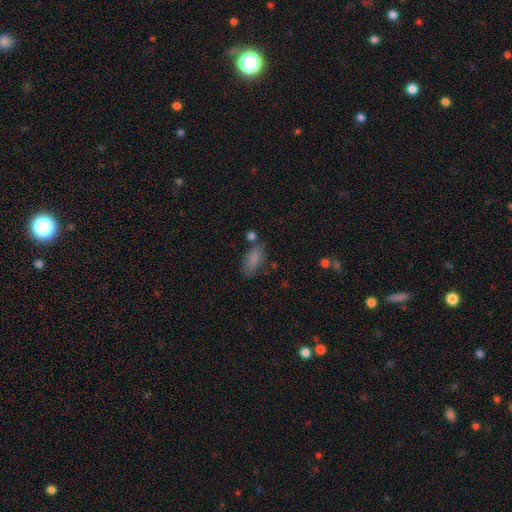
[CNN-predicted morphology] smooth_or_featured: smooth (p=0.76) [alt: star or artifact p=0.13]
how_rounded: in between (p=0.82) [alt: cigar-shaped p=0.14]
merging: none (p=0.67) [alt: minor disturbance p=0.19]